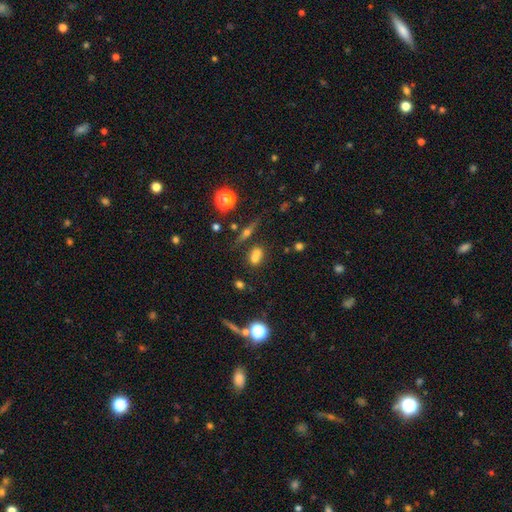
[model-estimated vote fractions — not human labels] Smooth or featured? Predicted: smooth (p=0.57). How rounded? Predicted: round (p=0.51). Merging? Predicted: merger (p=0.51).